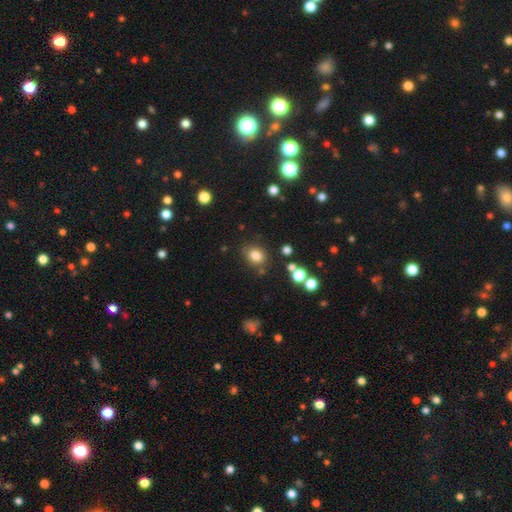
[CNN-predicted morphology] This is clearly a smooth galaxy (81%). How rounded: possibly round (58%). Merging: likely none (78%).